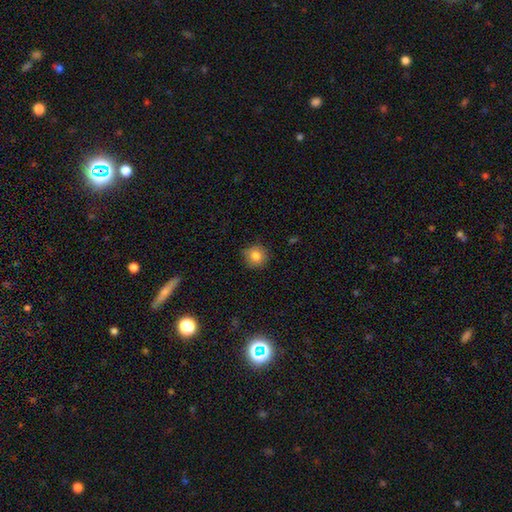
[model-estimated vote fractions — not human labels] The model was most divided on "smooth or featured": smooth: 82%, star or artifact: 10%, featured or disk: 8%. More confident: how rounded — round (94%); merging — none (87%).